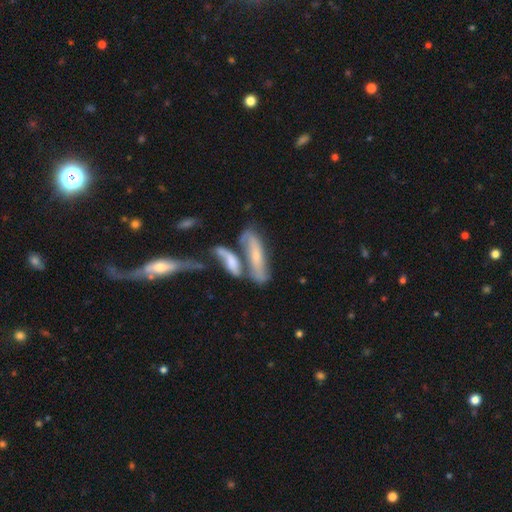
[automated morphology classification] Smooth or featured? Predicted: featured or disk (p=0.52). Edge-on disk? Predicted: yes (p=0.52). Merging? Predicted: merger (p=0.46).